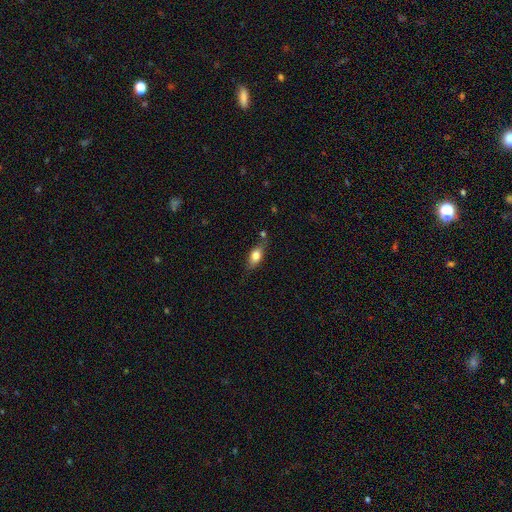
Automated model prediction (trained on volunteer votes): The model was most divided on "merging": none: 64%, minor disturbance: 22%, merger: 8%, major disturbance: 5%. More confident: how rounded — in between (81%); smooth or featured — smooth (75%).